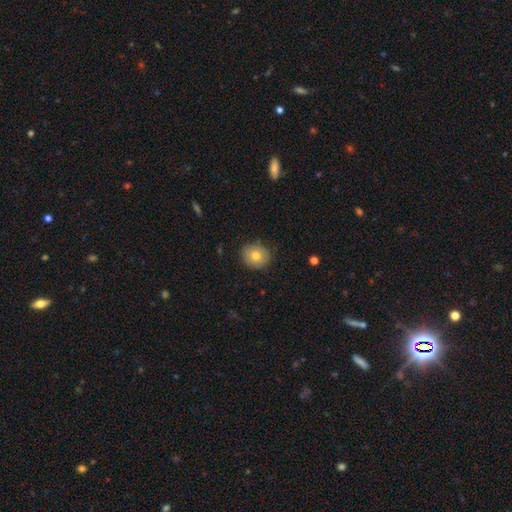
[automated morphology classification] This is likely a smooth galaxy (75%). How rounded: likely round (75%). Merging: clearly none (86%).